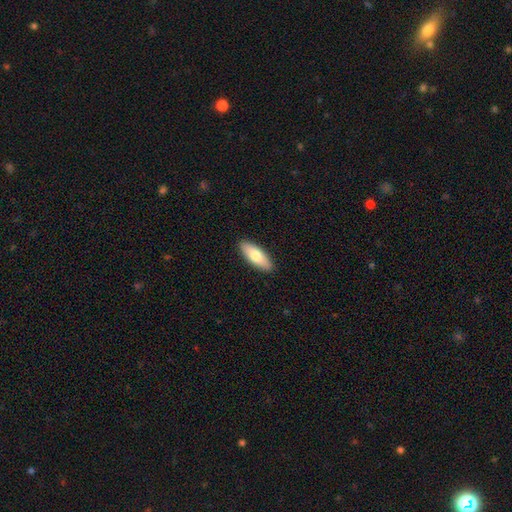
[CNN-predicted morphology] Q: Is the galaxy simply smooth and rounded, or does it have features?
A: smooth — 75%.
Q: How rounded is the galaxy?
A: in between — 70%.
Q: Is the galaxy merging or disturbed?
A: none — 91%.